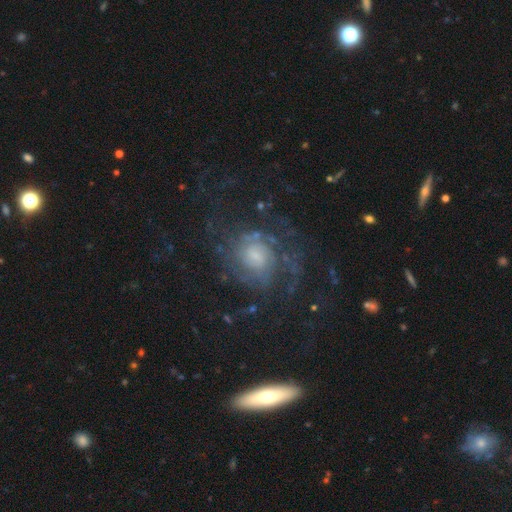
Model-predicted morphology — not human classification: Smooth or featured? Predicted: featured or disk (p=0.77). Edge-on disk? Predicted: no (p=0.97). Bar? Predicted: no (p=0.67). Spiral arms? Predicted: yes (p=0.92). Spiral winding? Predicted: tight (p=0.47). Spiral arm count? Predicted: can't tell (p=0.37). Bulge size? Predicted: small (p=0.40). Merging? Predicted: none (p=0.67).